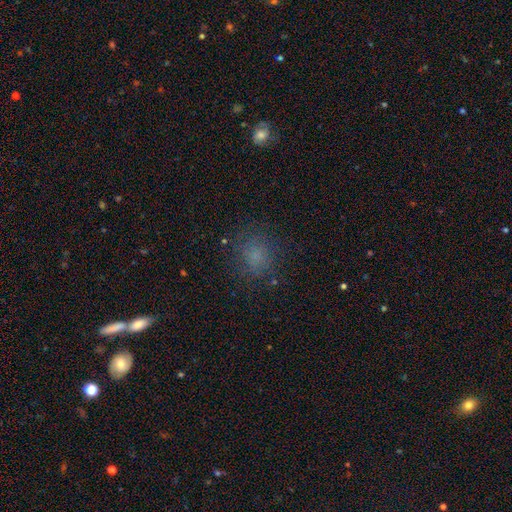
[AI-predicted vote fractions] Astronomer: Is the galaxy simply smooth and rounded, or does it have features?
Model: smooth — 72%.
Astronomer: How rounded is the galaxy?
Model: round — 76%.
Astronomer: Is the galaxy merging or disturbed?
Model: none — 79%.